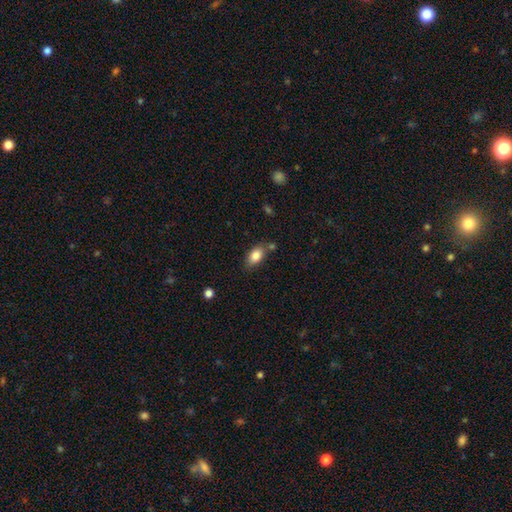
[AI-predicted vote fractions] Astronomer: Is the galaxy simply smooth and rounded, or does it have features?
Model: smooth — 84%.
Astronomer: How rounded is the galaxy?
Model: in between — 91%.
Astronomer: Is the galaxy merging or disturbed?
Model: none — 69%.